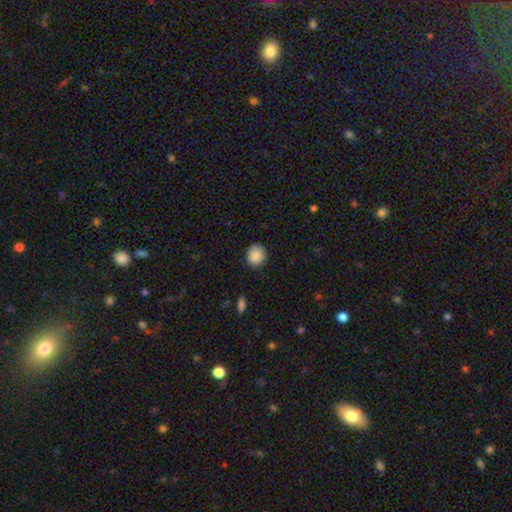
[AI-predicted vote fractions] Smooth or featured? Predicted: smooth (p=0.89). How rounded? Predicted: round (p=0.81). Merging? Predicted: none (p=0.87).